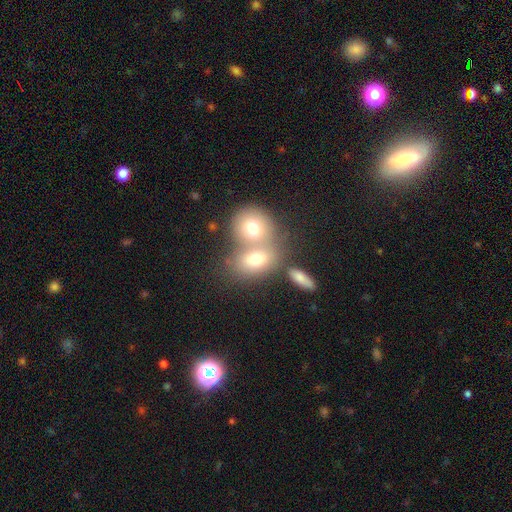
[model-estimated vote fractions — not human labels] Smooth or featured?
  - smooth: 67% *
  - featured or disk: 20%
  - star or artifact: 13%
How rounded?
  - in between: 57% *
  - round: 41%
  - cigar-shaped: 2%
Merging?
  - merger: 58% *
  - none: 30%
  - minor disturbance: 8%
  - major disturbance: 4%